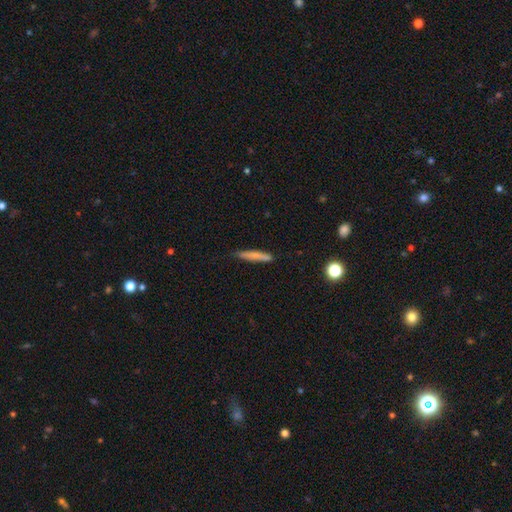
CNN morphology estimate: A smooth galaxy with no disk features (73%) that is cigar-shaped (93%).

Vote fractions:
- Smooth or featured? smooth: 73% / featured or disk: 20% / star or artifact: 7%
- How rounded? cigar-shaped: 93% / in between: 5% / round: 2%
- Merging? none: 79% / minor disturbance: 16% / major disturbance: 3% / merger: 2%